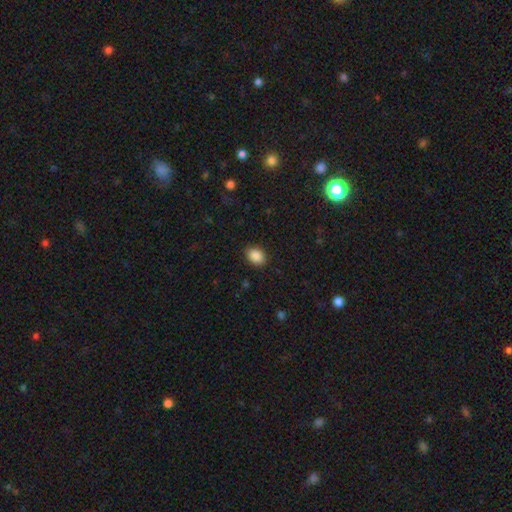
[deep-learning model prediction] This is clearly a smooth galaxy (89%). How rounded: likely in between (72%). Merging: clearly none (87%).